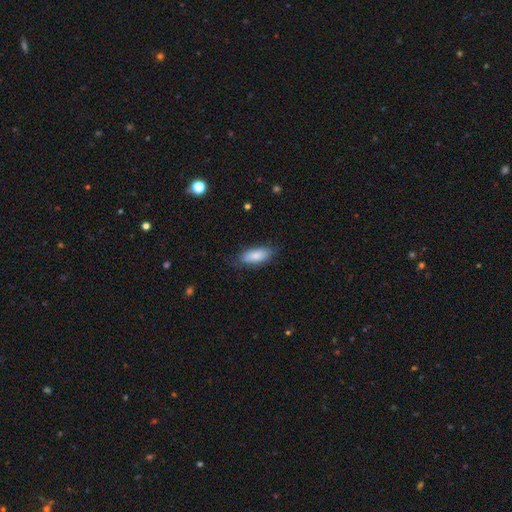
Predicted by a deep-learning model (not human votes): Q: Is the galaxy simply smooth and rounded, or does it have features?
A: smooth — 84%.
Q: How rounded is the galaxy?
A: in between — 80%.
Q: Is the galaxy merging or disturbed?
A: none — 77%.